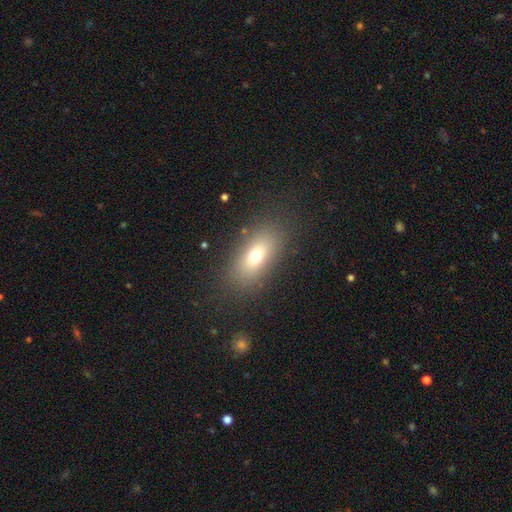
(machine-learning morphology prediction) Smooth or featured: smooth — 70% (featured or disk — 18%)
How rounded: in between — 82% (cigar-shaped — 10%)
Merging: none — 83% (minor disturbance — 10%)